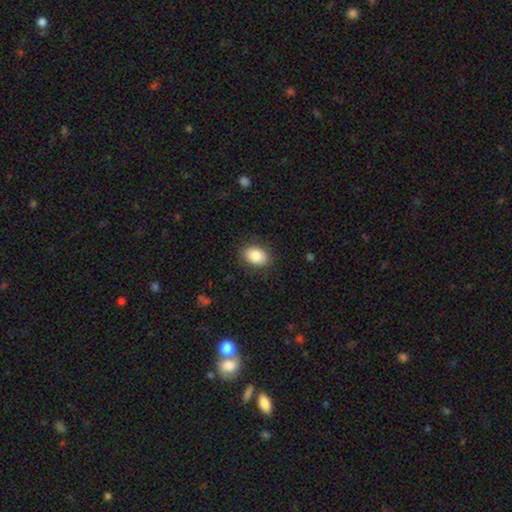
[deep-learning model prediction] This is clearly a smooth galaxy (85%). How rounded: likely in between (74%). Merging: clearly none (86%).